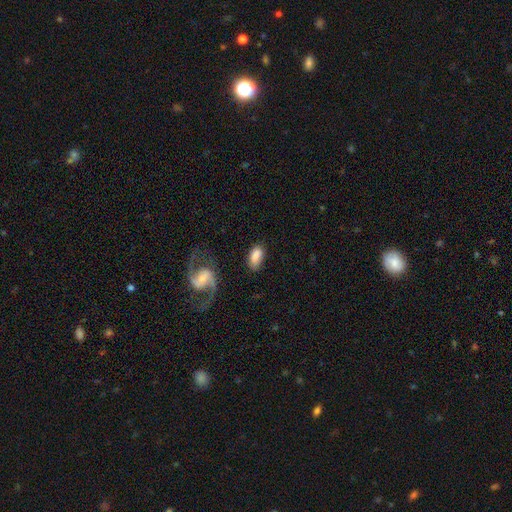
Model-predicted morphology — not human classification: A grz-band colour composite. It shows a smooth galaxy with no disk features (79%) that is in between round and cigar-shaped (93%). Merging: none (68%).